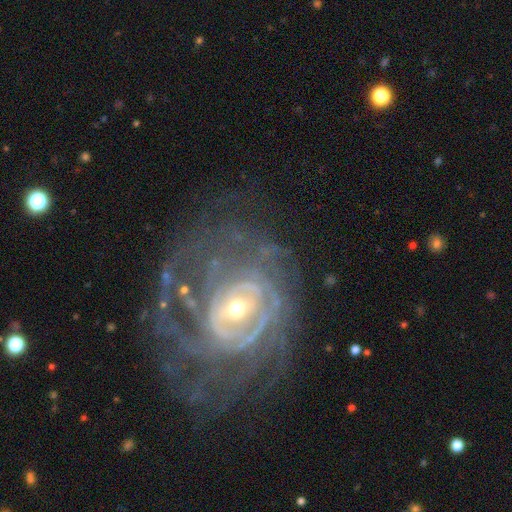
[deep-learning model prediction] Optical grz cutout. It shows a featured or disk galaxy (84%) with no bar (39%, tied with weak), tight (68%) spiral arms (86%) and a small central bulge (55%). Merging: none (63%).